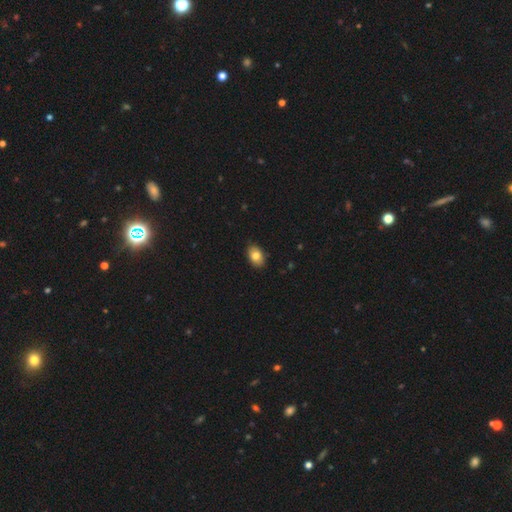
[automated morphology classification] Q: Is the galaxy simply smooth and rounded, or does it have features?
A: smooth — 81%.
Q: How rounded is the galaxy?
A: in between — 86%.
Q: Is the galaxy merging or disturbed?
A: none — 88%.